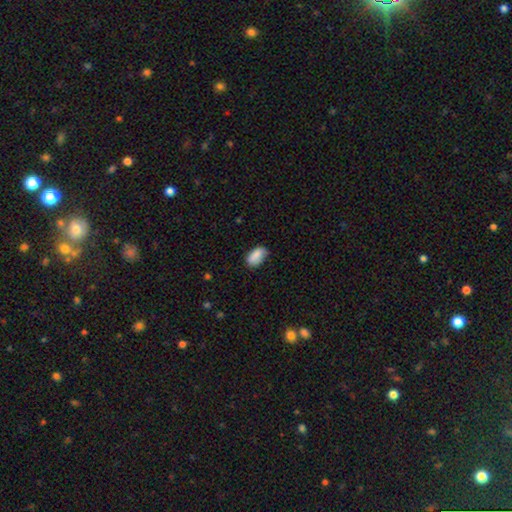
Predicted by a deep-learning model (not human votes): Smooth or featured: smooth — 86% (star or artifact — 7%)
How rounded: in between — 91% (round — 5%)
Merging: none — 67% (minor disturbance — 27%)